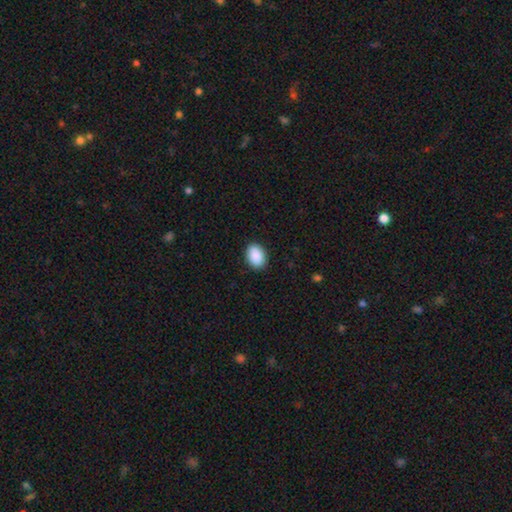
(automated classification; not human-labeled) smooth 91%, star or artifact 7%, featured or disk 2%. Down the decision tree: how rounded — in between (83%); merging — none (90%).